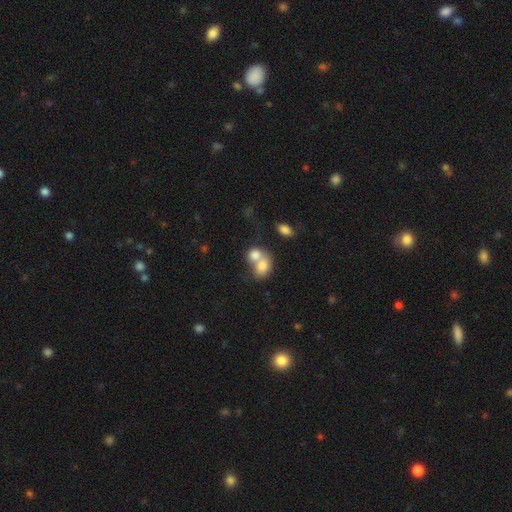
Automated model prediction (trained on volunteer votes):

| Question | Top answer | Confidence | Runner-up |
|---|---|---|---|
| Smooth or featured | smooth | 77% | featured or disk (15%) |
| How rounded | in between | 51% | round (48%) |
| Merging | merger | 70% | none (20%) |